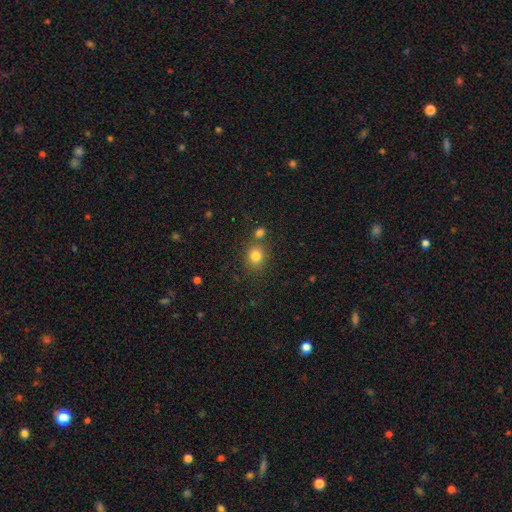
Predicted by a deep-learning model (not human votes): Overall: smooth (81%). How rounded: round (66%; in between 33%). Merging: none (68%).